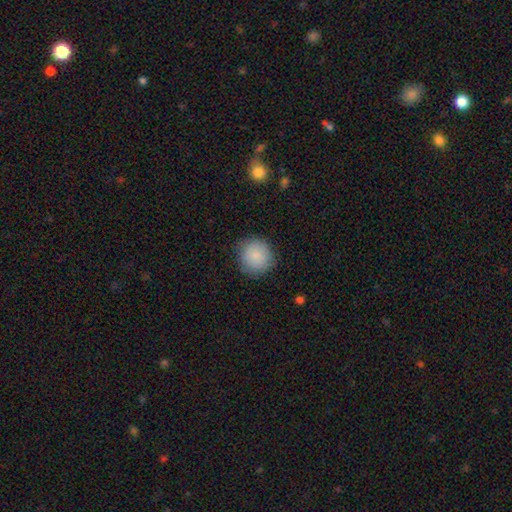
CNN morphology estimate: Smooth or featured?
  - smooth: 87% *
  - star or artifact: 7%
  - featured or disk: 5%
How rounded?
  - round: 92% *
  - in between: 7%
  - cigar-shaped: 1%
Merging?
  - none: 83% *
  - minor disturbance: 12%
  - major disturbance: 3%
  - merger: 1%